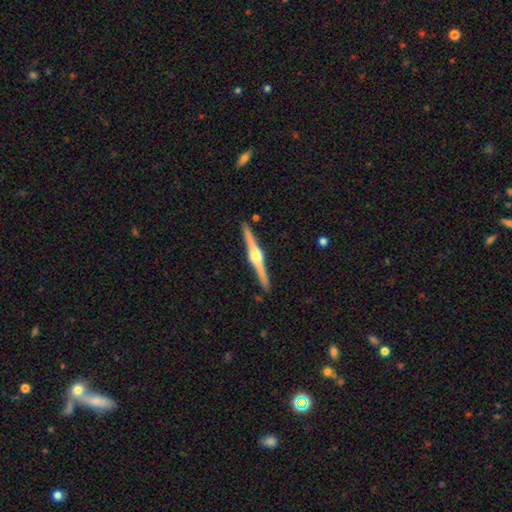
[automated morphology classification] This appears to be a featured or disk galaxy (86%) viewed edge-on (99%) with a rounded central bulge (94%). Merging: none (92%).